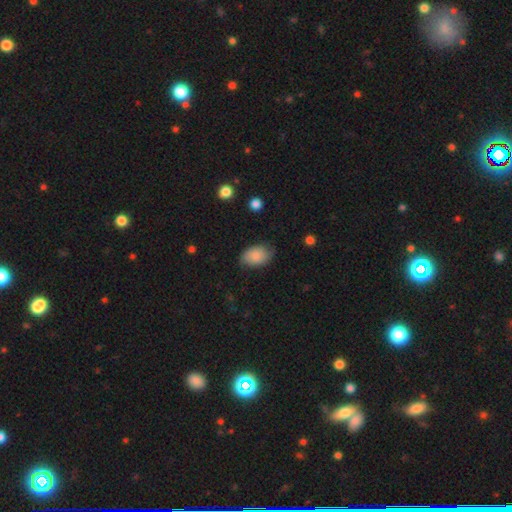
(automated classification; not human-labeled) smooth-or-featured: smooth: 81% | featured or disk: 12% | star or artifact: 7%
  how-rounded: in between: 88% | round: 10% | cigar-shaped: 1%
  merging: none: 73% | minor disturbance: 22% | major disturbance: 4% | merger: 1%